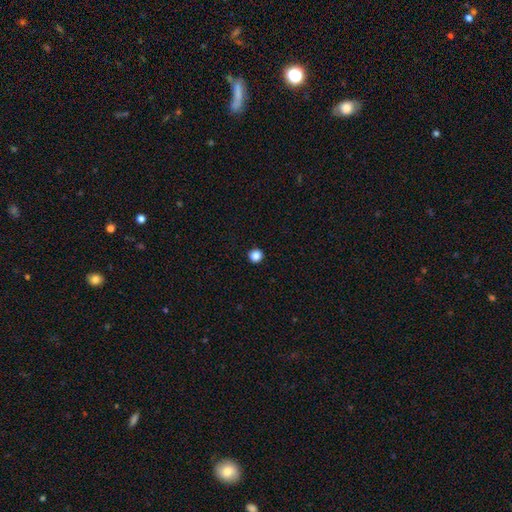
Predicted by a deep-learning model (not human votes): A smooth galaxy with no disk features (87%) that is round (95%). Merging: none (94%).